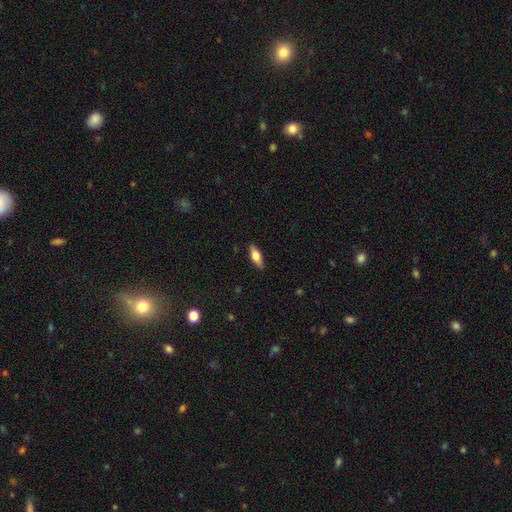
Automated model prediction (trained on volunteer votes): Smooth or featured? Predicted: smooth (p=0.62). How rounded? Predicted: in between (p=0.66). Merging? Predicted: none (p=0.85).